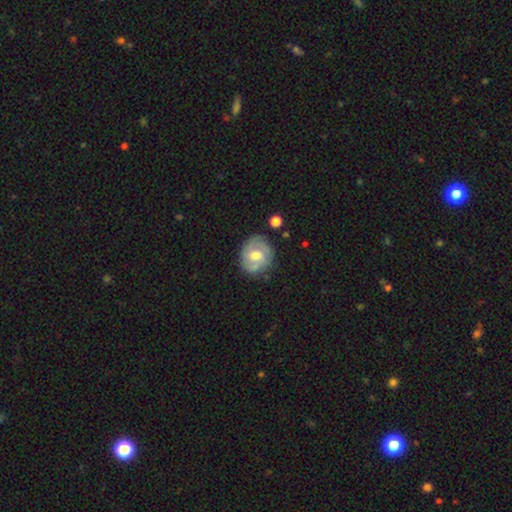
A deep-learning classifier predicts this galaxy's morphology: The model was most divided on "bar" (2-way tie): weak: 45%, no: 45%, strong: 10%. Remaining: edge-on disk — no (97%); spiral arms — yes (82%); merging — none (70%); bulge size — moderate (69%); smooth or featured — featured or disk (64%); spiral arm count — 2 (54%); spiral winding — tight (46%).